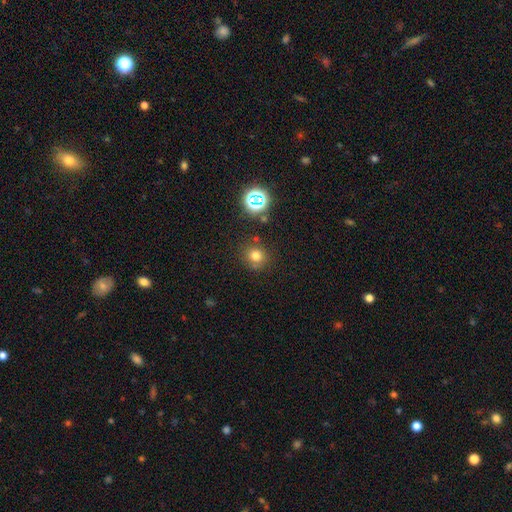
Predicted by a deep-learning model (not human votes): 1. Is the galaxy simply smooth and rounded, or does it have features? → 72% smooth, 20% star or artifact, 8% featured or disk.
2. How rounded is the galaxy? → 88% round, 11% in between, 1% cigar-shaped.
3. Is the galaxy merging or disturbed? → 81% none, 10% minor disturbance, 5% merger, 4% major disturbance.